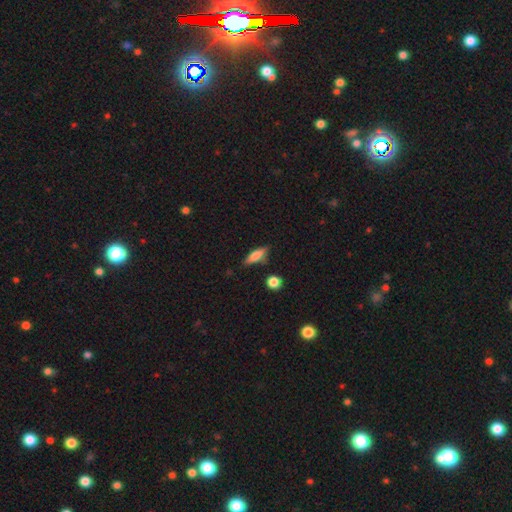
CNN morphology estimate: smooth_or_featured: smooth (p=0.68) [alt: featured or disk p=0.25]
how_rounded: in between (p=0.51) [alt: cigar-shaped p=0.46]
merging: none (p=0.76) [alt: minor disturbance p=0.17]